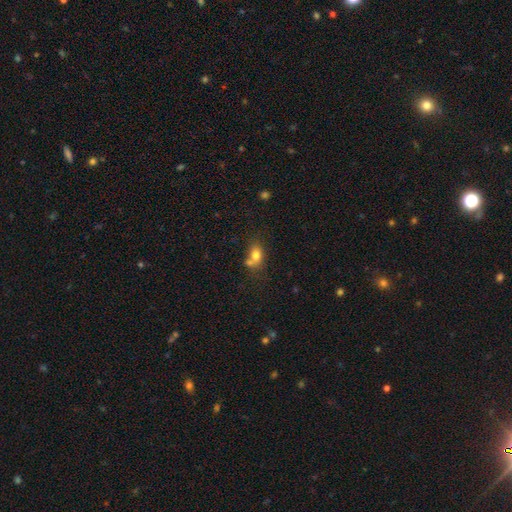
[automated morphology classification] smooth_or_featured: smooth (p=0.75) [alt: featured or disk p=0.14]
how_rounded: in between (p=0.63) [alt: round p=0.35]
merging: merger (p=0.41) [alt: none p=0.38]